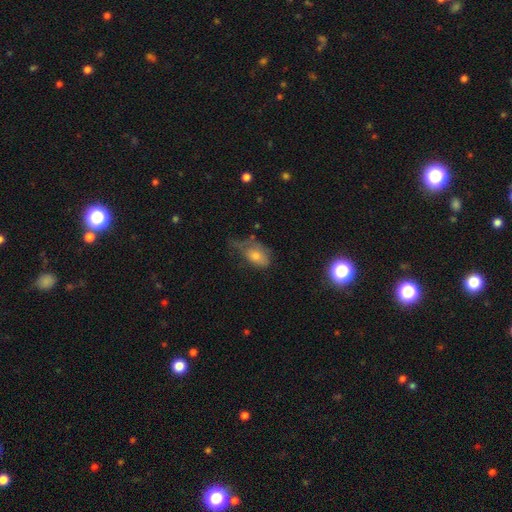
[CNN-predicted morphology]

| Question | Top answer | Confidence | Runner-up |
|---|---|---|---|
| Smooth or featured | smooth | 62% | featured or disk (25%) |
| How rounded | in between | 85% | round (12%) |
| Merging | minor disturbance | 35% | major disturbance (32%) |